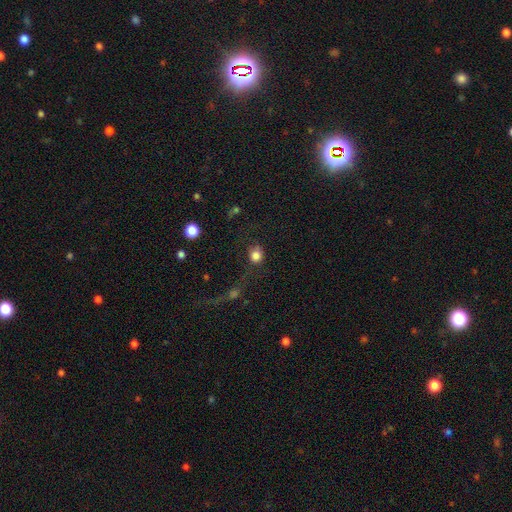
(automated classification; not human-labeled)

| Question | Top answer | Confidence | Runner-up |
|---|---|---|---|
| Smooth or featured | smooth | 81% | star or artifact (12%) |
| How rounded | round | 81% | in between (18%) |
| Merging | none | 62% | minor disturbance (16%) |